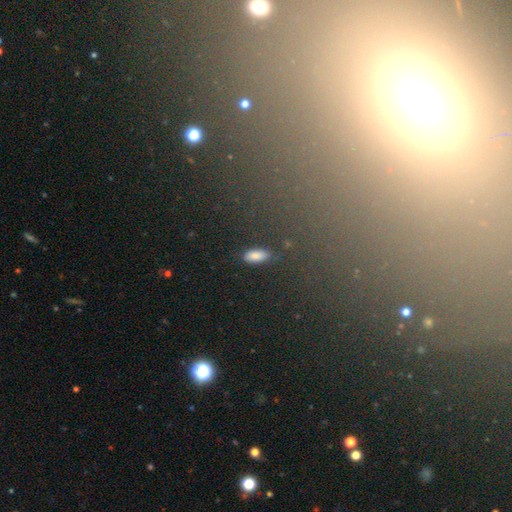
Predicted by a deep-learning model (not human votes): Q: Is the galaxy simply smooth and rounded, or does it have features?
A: smooth — 84%.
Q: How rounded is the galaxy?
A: in between — 84%.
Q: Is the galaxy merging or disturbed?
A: none — 84%.